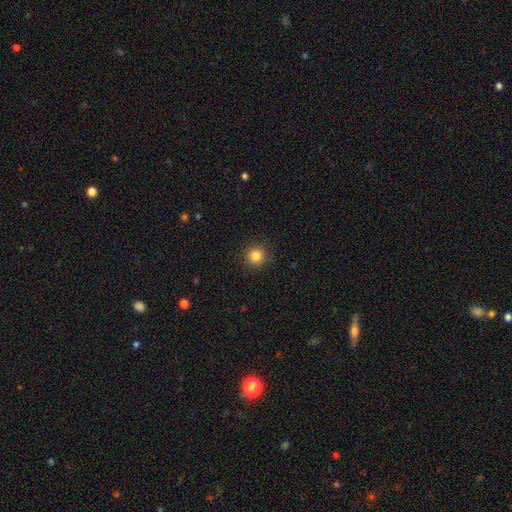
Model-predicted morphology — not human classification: Smooth or featured? Predicted: smooth (p=0.84). How rounded? Predicted: round (p=0.95). Merging? Predicted: none (p=0.92).